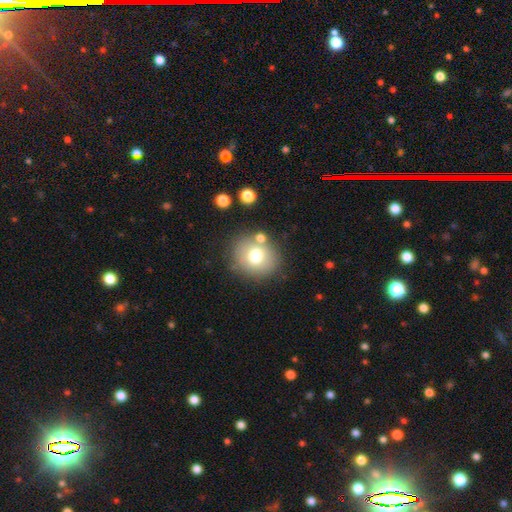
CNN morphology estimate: The model was most divided on "smooth or featured": smooth: 72%, featured or disk: 18%, star or artifact: 11%. More confident: how rounded — round (78%); merging — none (75%).